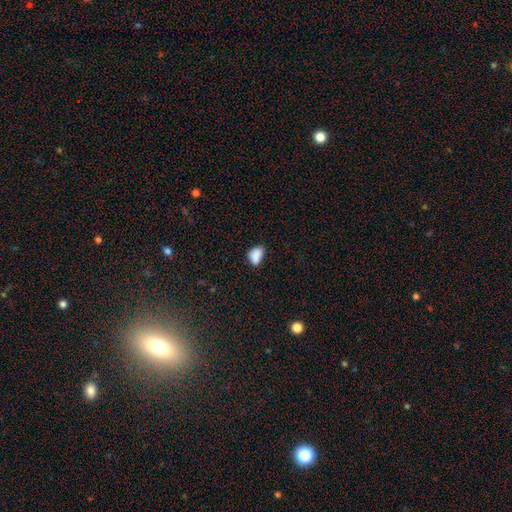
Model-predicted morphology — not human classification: Smooth or featured? smooth (84%)
How rounded? in between (77%)
Merging? none (51%)